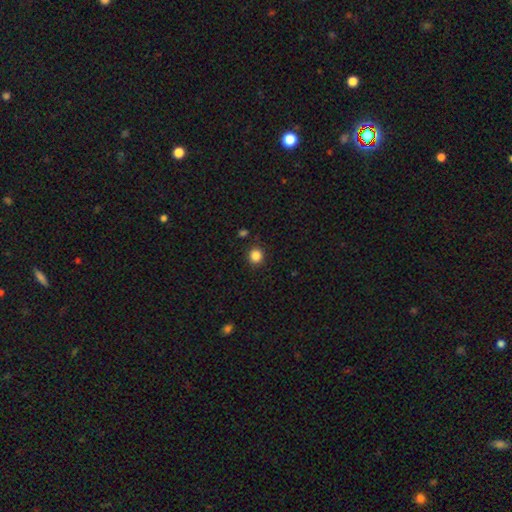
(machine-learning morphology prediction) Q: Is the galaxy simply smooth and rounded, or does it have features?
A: smooth — 85%.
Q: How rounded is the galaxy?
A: round — 89%.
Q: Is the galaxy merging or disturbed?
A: none — 89%.